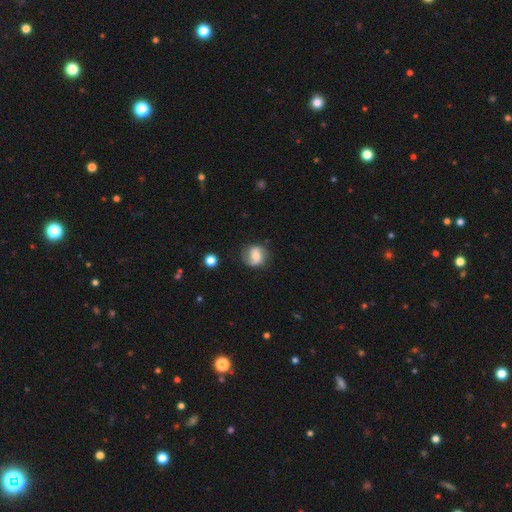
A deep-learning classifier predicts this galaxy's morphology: The model was most divided on "bar" (2-way tie): weak: 43%, no: 43%, strong: 15%. Remaining: edge-on disk — no (97%); spiral arms — yes (88%); merging — none (70%); smooth or featured — featured or disk (53%); bulge size — moderate (48%).